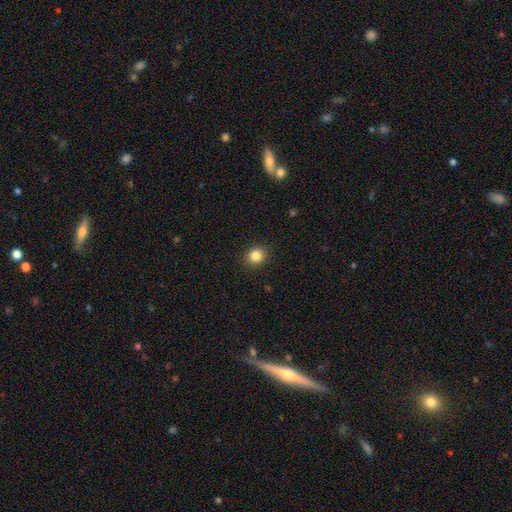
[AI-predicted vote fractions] Q: Smooth or featured?
A: smooth (85%); runner-up: star or artifact (11%)
Q: How rounded?
A: round (79%); runner-up: in between (20%)
Q: Merging?
A: none (90%); runner-up: minor disturbance (7%)